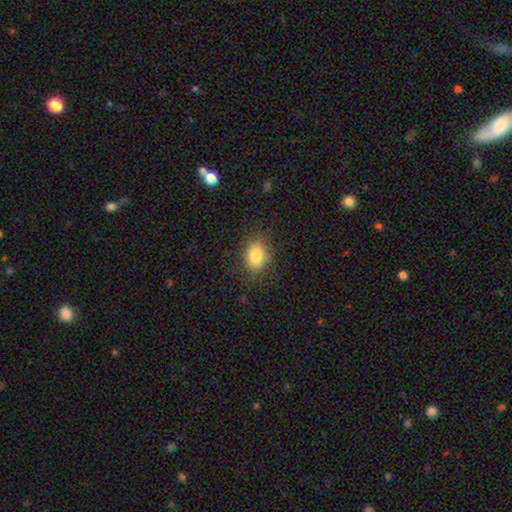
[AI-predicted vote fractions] smooth-or-featured: smooth: 82% | star or artifact: 10% | featured or disk: 8%
  how-rounded: in between: 66% | round: 33% | cigar-shaped: 1%
  merging: none: 81% | minor disturbance: 13% | major disturbance: 5% | merger: 1%